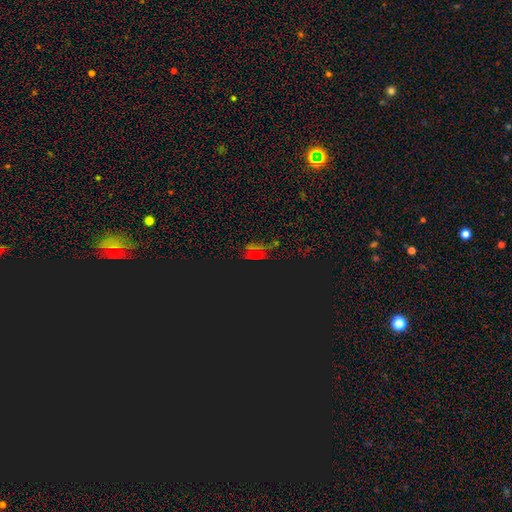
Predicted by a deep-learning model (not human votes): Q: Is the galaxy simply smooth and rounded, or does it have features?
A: star or artifact — 65%.